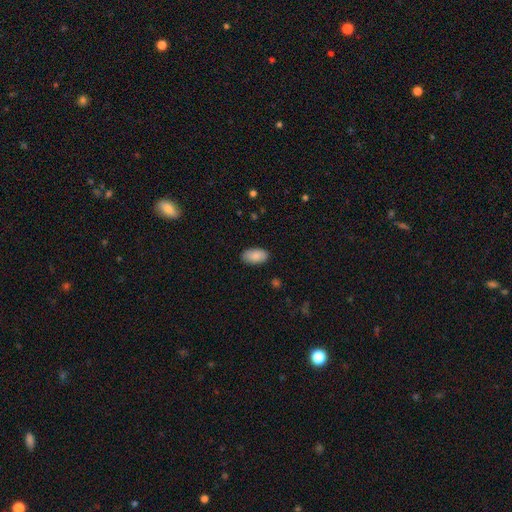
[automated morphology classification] smooth_or_featured: smooth (p=0.87) [alt: featured or disk p=0.07]
how_rounded: in between (p=0.95) [alt: round p=0.03]
merging: none (p=0.87) [alt: minor disturbance p=0.10]